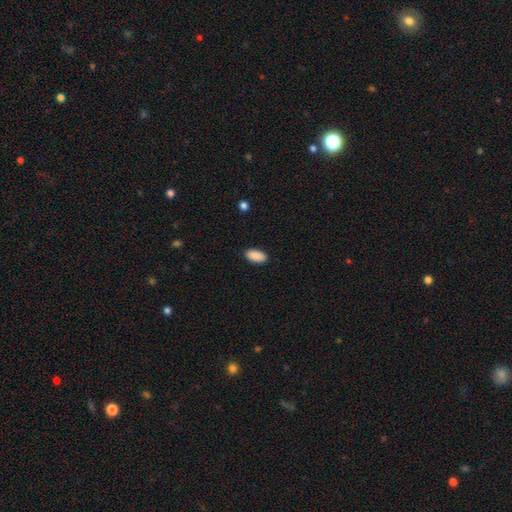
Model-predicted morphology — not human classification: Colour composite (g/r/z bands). It shows a smooth galaxy with no disk features (90%) that is in between round and cigar-shaped (94%). Merging: none (89%).